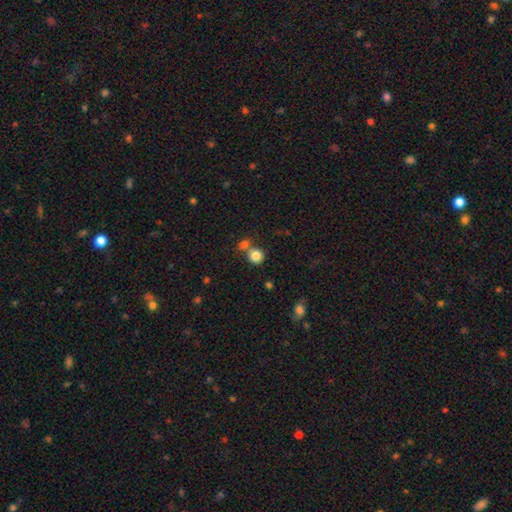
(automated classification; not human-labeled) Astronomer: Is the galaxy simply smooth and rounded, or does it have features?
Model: smooth — 83%.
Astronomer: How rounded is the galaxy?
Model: round — 87%.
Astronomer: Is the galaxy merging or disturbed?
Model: none — 57%.